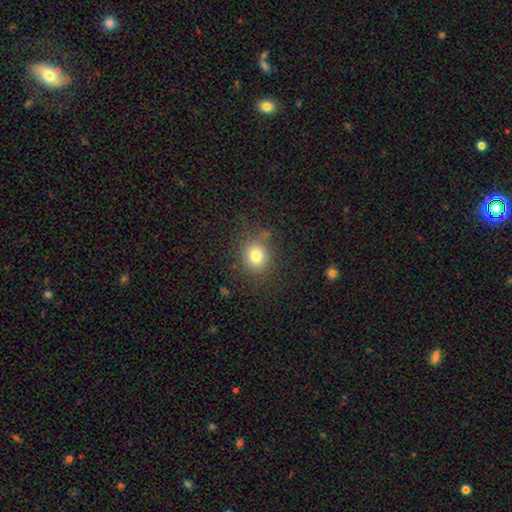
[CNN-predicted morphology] A smooth galaxy with no disk features (77%) that is round (73%). Merging: none (76%).